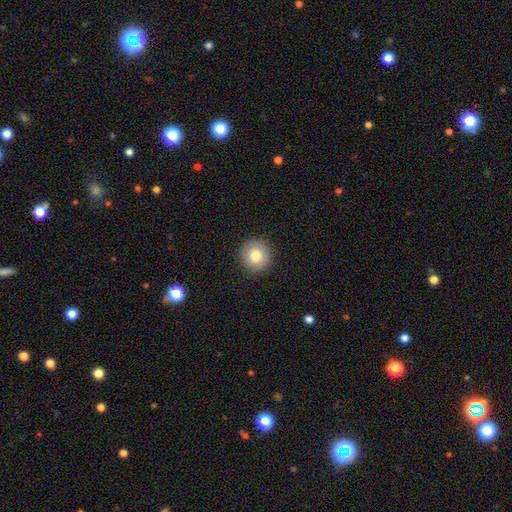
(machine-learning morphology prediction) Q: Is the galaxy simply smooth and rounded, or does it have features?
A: smooth — 79%.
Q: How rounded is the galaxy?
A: round — 94%.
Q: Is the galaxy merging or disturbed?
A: none — 91%.